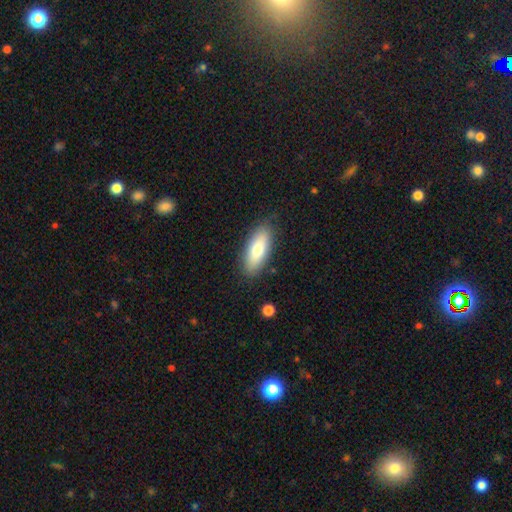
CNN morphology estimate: This appears to be a smooth galaxy with no disk features (77%) that is in between round and cigar-shaped (76%). Merging: none (84%).